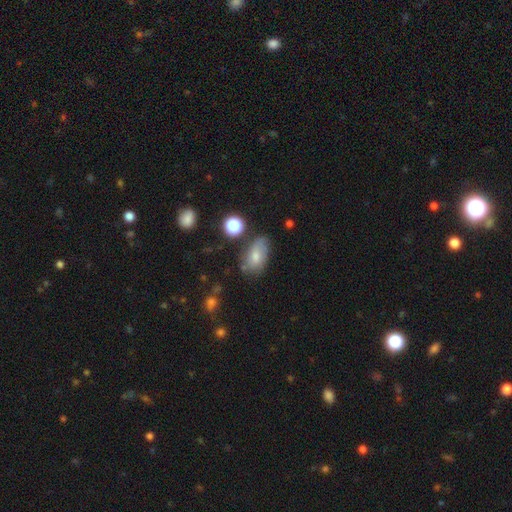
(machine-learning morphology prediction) A smooth galaxy with no disk features (66%) that is in between round and cigar-shaped (88%).

Vote fractions:
- Smooth or featured? smooth: 66% / featured or disk: 22% / star or artifact: 11%
- How rounded? in between: 88% / round: 9% / cigar-shaped: 3%
- Merging? none: 54% / minor disturbance: 30% / major disturbance: 10% / merger: 6%